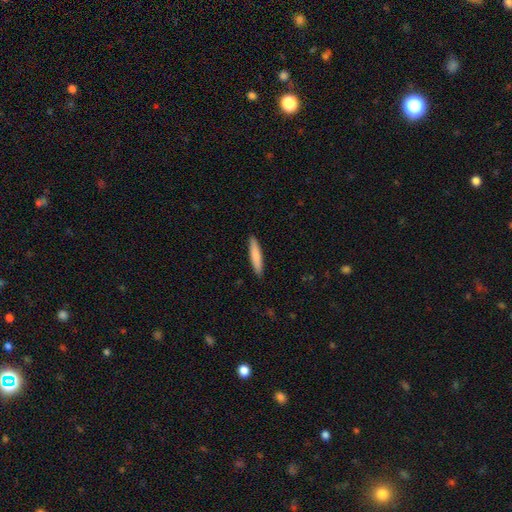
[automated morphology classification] Smooth or featured? smooth (81%)
How rounded? cigar-shaped (90%)
Merging? none (91%)